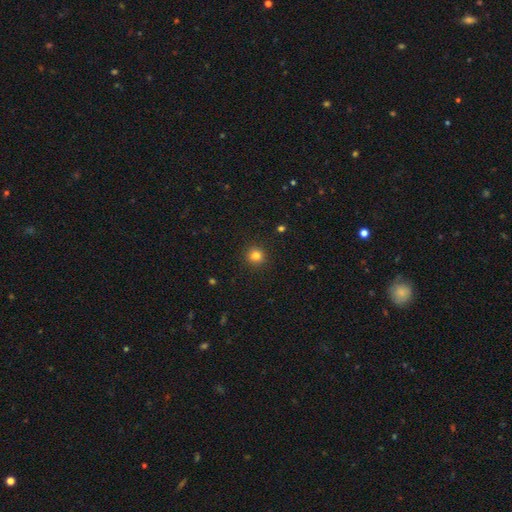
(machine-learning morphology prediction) Smooth or featured: smooth — 82% (star or artifact — 13%)
How rounded: round — 92% (in between — 7%)
Merging: none — 92% (minor disturbance — 5%)